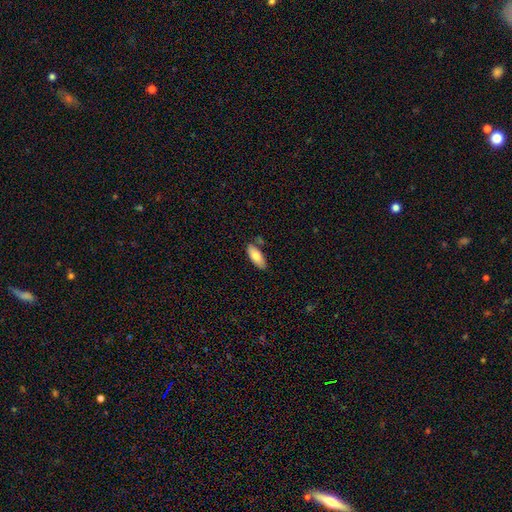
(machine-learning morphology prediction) This appears to be a smooth galaxy with no disk features (81%) that is in between round and cigar-shaped (78%). Merging: none (76%).